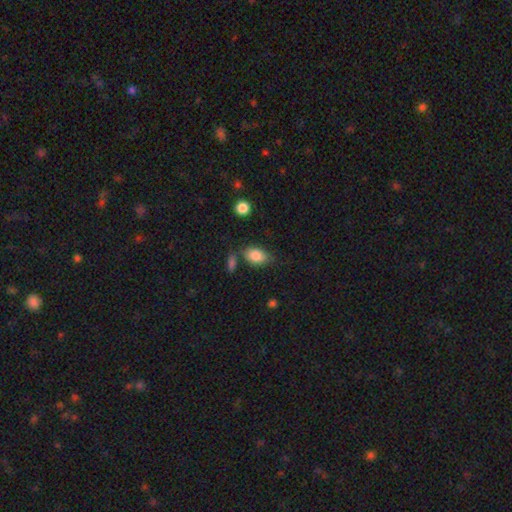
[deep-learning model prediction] Smooth or featured? Predicted: smooth (p=0.85). How rounded? Predicted: in between (p=0.86). Merging? Predicted: none (p=0.67).